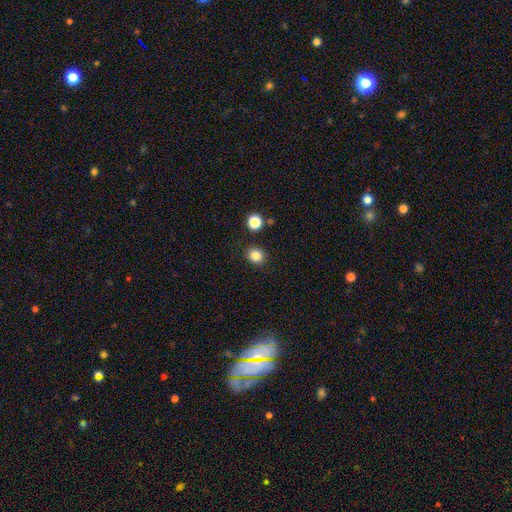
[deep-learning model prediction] Smooth or featured?
  - smooth: 84% *
  - star or artifact: 12%
  - featured or disk: 4%
How rounded?
  - round: 80% *
  - in between: 19%
  - cigar-shaped: 1%
Merging?
  - none: 88% *
  - minor disturbance: 7%
  - merger: 3%
  - major disturbance: 2%